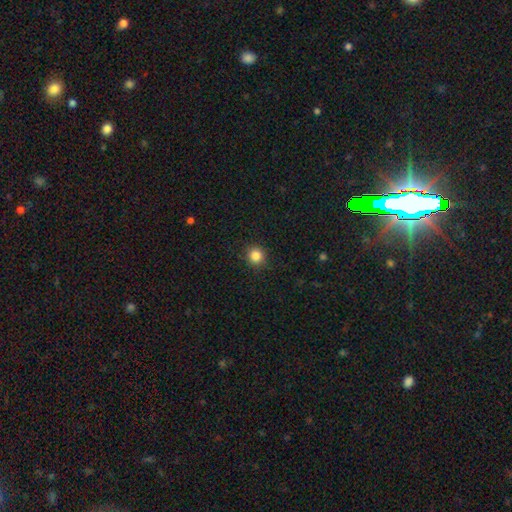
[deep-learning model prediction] Q: Smooth or featured?
A: smooth (85%); runner-up: star or artifact (11%)
Q: How rounded?
A: round (92%); runner-up: in between (7%)
Q: Merging?
A: none (91%); runner-up: minor disturbance (6%)